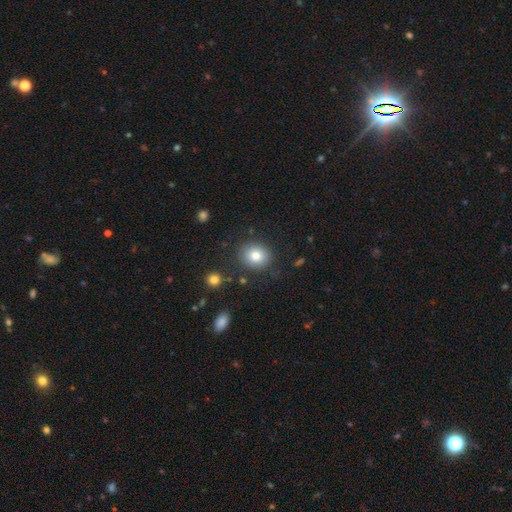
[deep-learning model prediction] Smooth or featured? smooth (80%)
How rounded? round (72%)
Merging? none (84%)